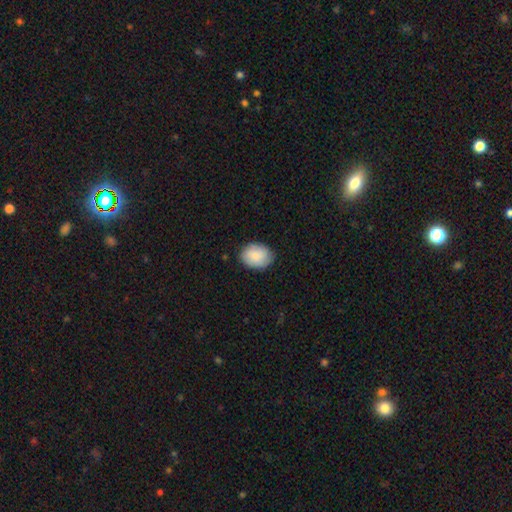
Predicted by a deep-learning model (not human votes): Smooth or featured? smooth (85%)
How rounded? in between (66%)
Merging? none (82%)